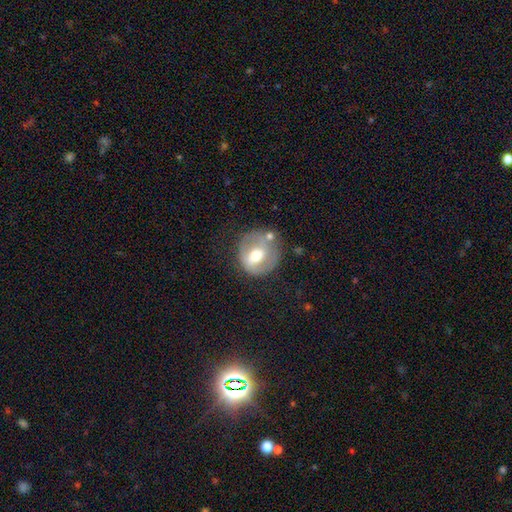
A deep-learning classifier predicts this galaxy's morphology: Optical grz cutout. It shows a featured or disk galaxy (48%). Merging: none (56%).